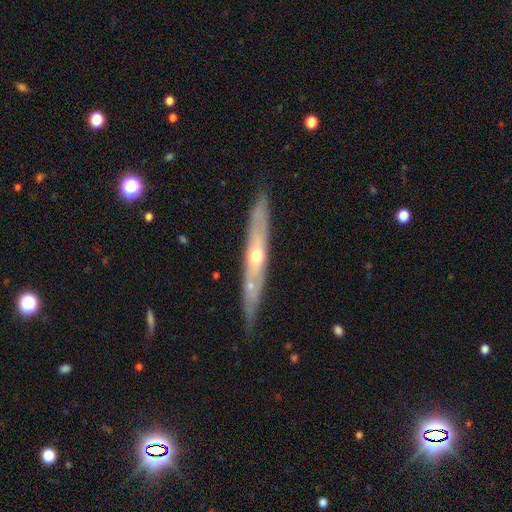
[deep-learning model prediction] A featured or disk galaxy (69%) viewed edge-on (80%) with a rounded central bulge (76%).

Vote fractions:
- Smooth or featured? featured or disk: 69% / smooth: 26% / star or artifact: 6%
- Edge-on disk? yes: 80% / no: 20%
- Edge-on bulge? rounded: 76% / none: 22% / boxy: 2%
- Merging? none: 81% / minor disturbance: 14% / major disturbance: 3% / merger: 2%